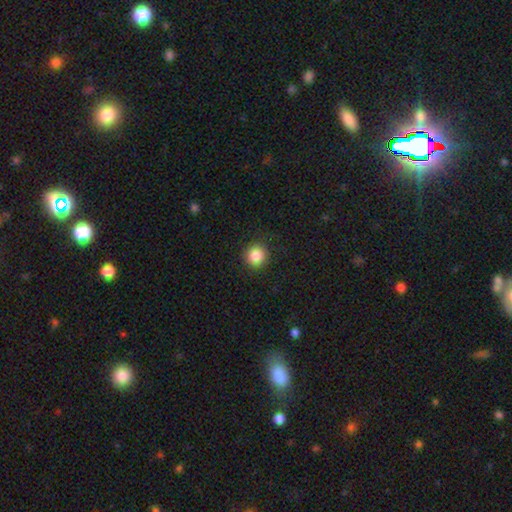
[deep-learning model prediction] Smooth or featured? Predicted: smooth (p=0.86). How rounded? Predicted: round (p=0.91). Merging? Predicted: none (p=0.90).